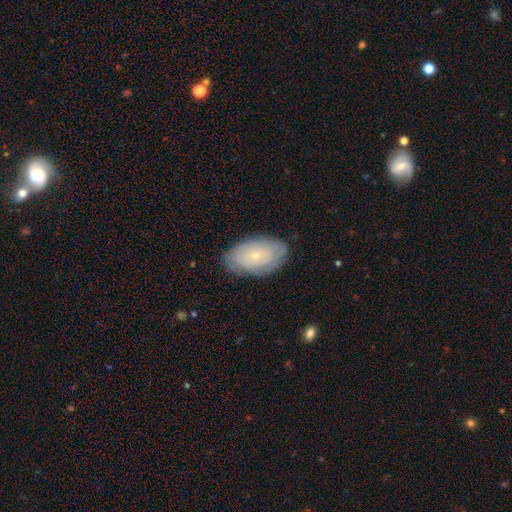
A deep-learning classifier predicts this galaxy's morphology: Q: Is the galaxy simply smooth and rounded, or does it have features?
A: featured or disk — 49%.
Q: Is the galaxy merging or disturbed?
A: none — 78%.